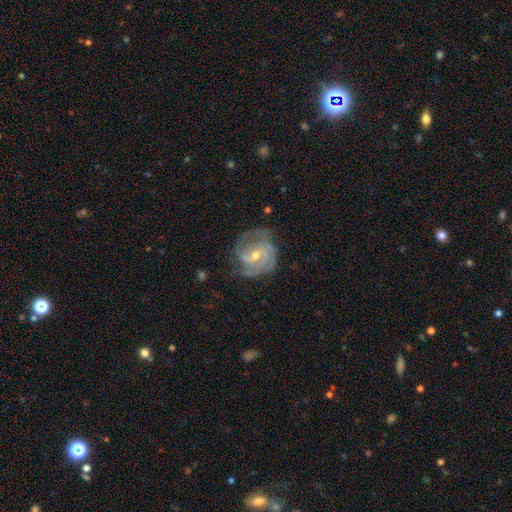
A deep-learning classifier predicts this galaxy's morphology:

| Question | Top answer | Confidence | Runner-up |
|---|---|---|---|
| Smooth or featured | featured or disk | 84% | smooth (9%) |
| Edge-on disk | no | 97% | yes (3%) |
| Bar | no | 49% | weak (40%) |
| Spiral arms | yes | 94% | no (6%) |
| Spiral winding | tight | 58% | medium (34%) |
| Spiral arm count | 2 | 30% | tied: 3 (30%) |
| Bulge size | moderate | 58% | small (39%) |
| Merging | none | 64% | minor disturbance (22%) |